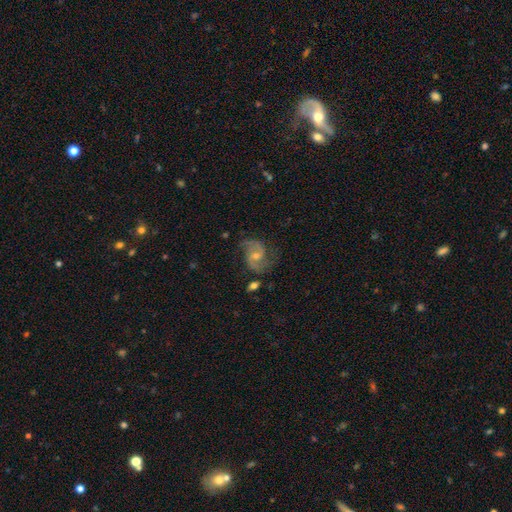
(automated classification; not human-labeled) This is clearly a featured or disk galaxy (87%). It is clearly not viewed edge-on (98%). Bar: possibly no (45%, tied with weak). Spiral arm pattern: clearly yes (97%). Spiral arm count: clearly 2 (92%). Spiral winding: possibly medium (57%). Central bulge: possibly small (50%). Merging: likely none (76%).